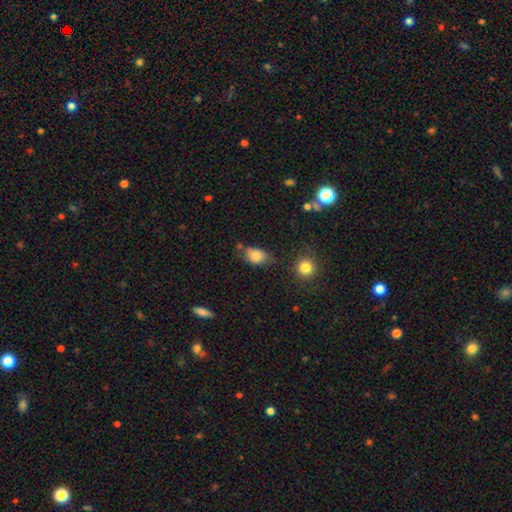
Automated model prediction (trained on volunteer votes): Overall: smooth (79%). How rounded: in between (80%). Merging: none (54%; minor disturbance 28%).